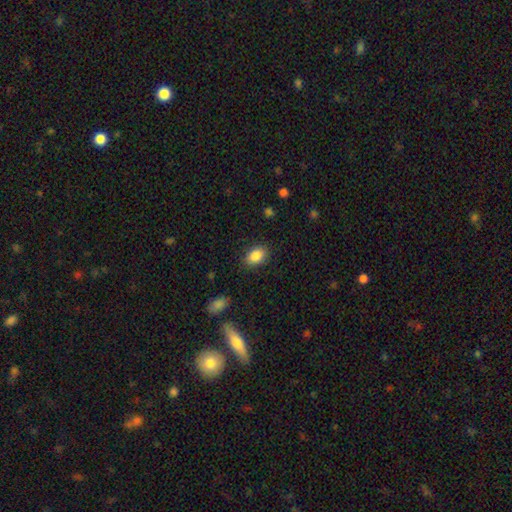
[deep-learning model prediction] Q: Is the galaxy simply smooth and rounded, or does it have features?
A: smooth — 87%.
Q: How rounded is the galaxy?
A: in between — 82%.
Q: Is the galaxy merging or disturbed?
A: none — 87%.